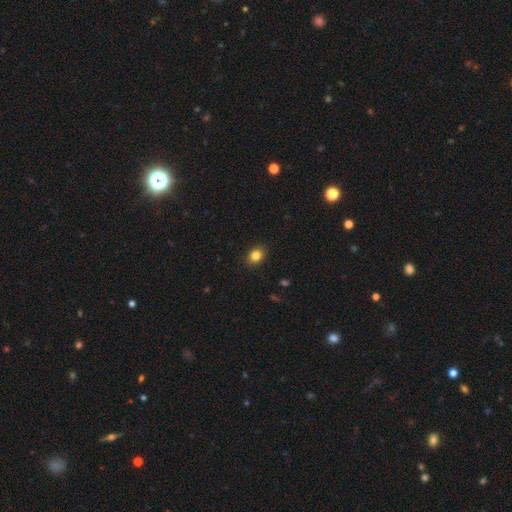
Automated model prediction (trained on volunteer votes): A smooth galaxy with no disk features (84%) that is in between round and cigar-shaped (54%).

Vote fractions:
- Smooth or featured? smooth: 84% / star or artifact: 10% / featured or disk: 5%
- How rounded? in between: 54% / round: 45% / cigar-shaped: 1%
- Merging? none: 89% / minor disturbance: 8% / major disturbance: 2% / merger: 1%